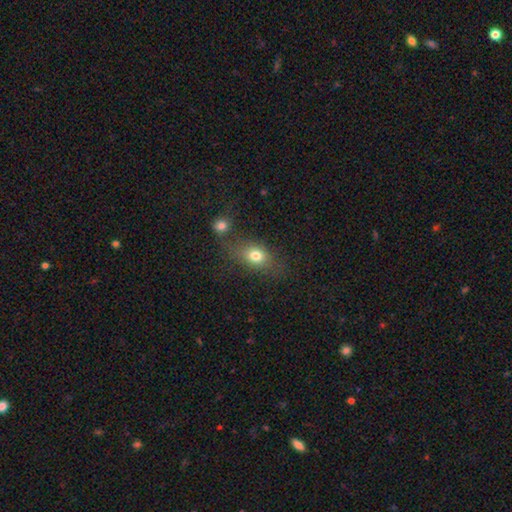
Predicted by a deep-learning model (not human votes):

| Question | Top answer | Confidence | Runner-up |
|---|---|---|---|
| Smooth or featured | smooth | 75% | star or artifact (13%) |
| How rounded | in between | 61% | round (35%) |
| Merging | none | 55% | merger (22%) |